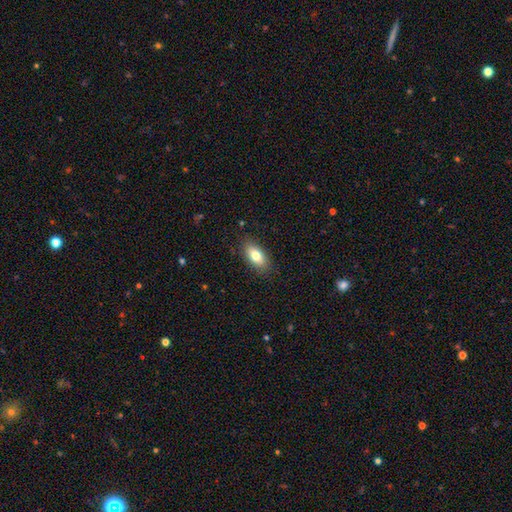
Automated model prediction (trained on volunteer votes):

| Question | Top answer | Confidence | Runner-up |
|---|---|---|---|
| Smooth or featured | smooth | 78% | featured or disk (15%) |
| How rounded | in between | 87% | cigar-shaped (9%) |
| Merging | none | 86% | minor disturbance (11%) |